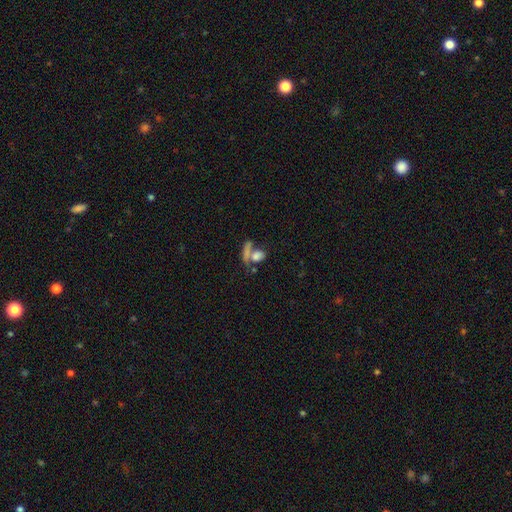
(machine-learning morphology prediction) Overall: smooth (73%). How rounded: in between (56%; round 32%). Merging: merger (45%; none 37%).